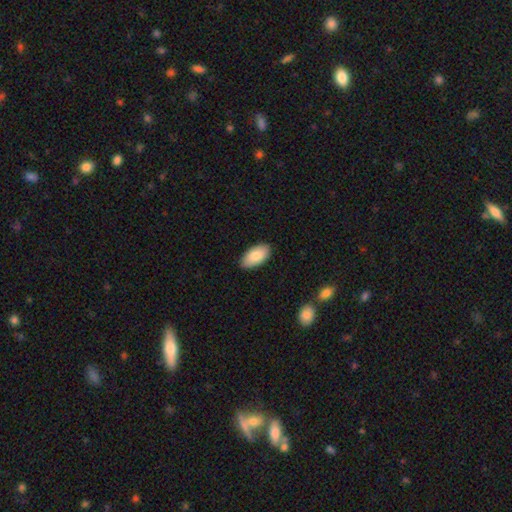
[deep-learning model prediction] A smooth galaxy with no disk features (83%) that is in between round and cigar-shaped (95%).

Vote fractions:
- Smooth or featured? smooth: 83% / featured or disk: 11% / star or artifact: 6%
- How rounded? in between: 95% / round: 2% / cigar-shaped: 2%
- Merging? none: 88% / minor disturbance: 9% / major disturbance: 2% / merger: 1%